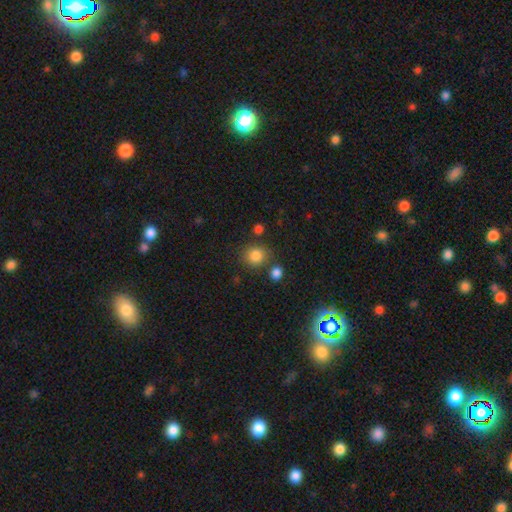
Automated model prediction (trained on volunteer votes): Smooth or featured? Predicted: smooth (p=0.84). How rounded? Predicted: round (p=0.80). Merging? Predicted: none (p=0.75).